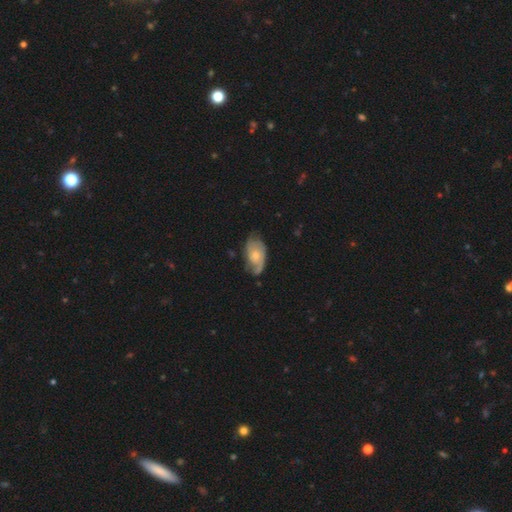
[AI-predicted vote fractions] The model was most divided on "bulge size": small: 46%, moderate: 44%, large: 5%, none: 4%, dominant: 1%. More confident: edge-on disk — no (95%); bar — no (80%); spiral arms — yes (79%); smooth or featured — featured or disk (58%); merging — none (53%).